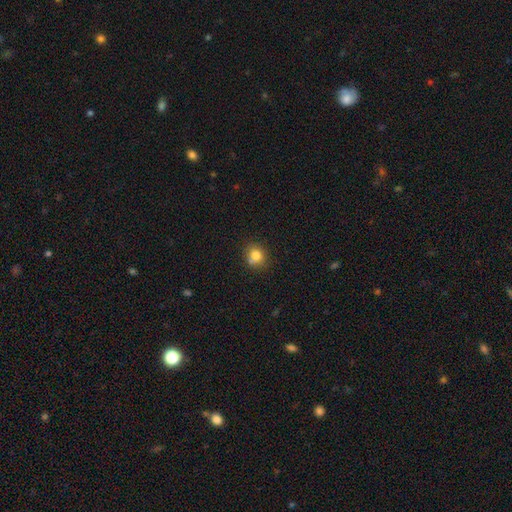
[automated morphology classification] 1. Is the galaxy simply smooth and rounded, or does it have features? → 80% smooth, 11% star or artifact, 9% featured or disk.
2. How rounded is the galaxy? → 77% round, 22% in between, 1% cigar-shaped.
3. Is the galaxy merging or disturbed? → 70% none, 15% minor disturbance, 11% merger, 4% major disturbance.